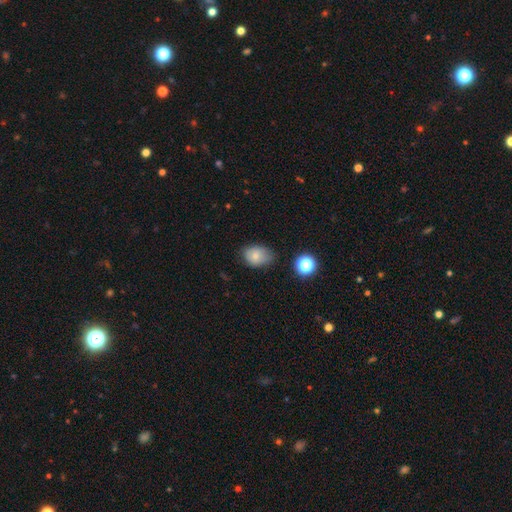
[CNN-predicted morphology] This is likely a smooth galaxy (76%). How rounded: likely in between (71%). Merging: likely none (64%).